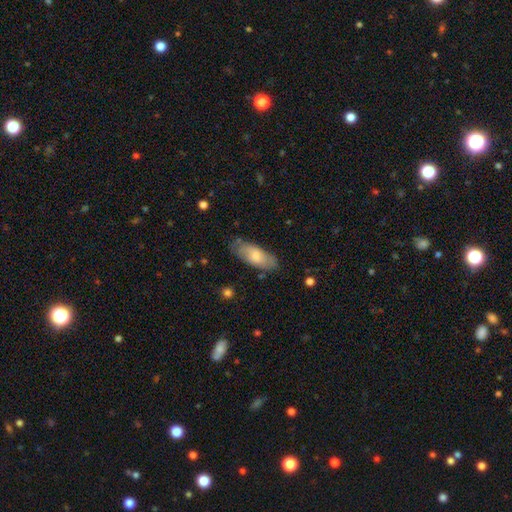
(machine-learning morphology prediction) This appears to be a smooth galaxy with no disk features (70%) that is in between round and cigar-shaped (81%). Merging: none (73%).